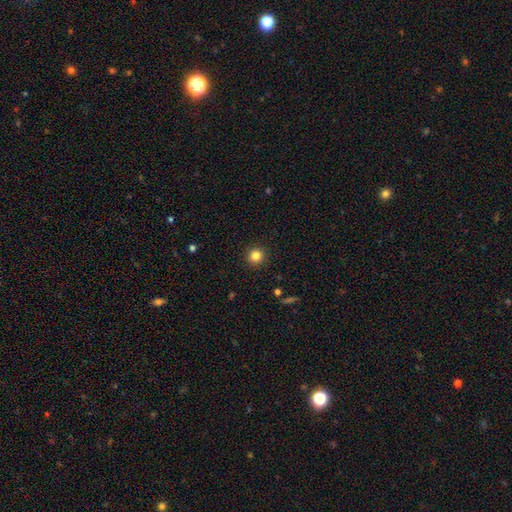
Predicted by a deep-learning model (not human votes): This appears to be a smooth galaxy with no disk features (84%) that is round (93%). Merging: none (92%).